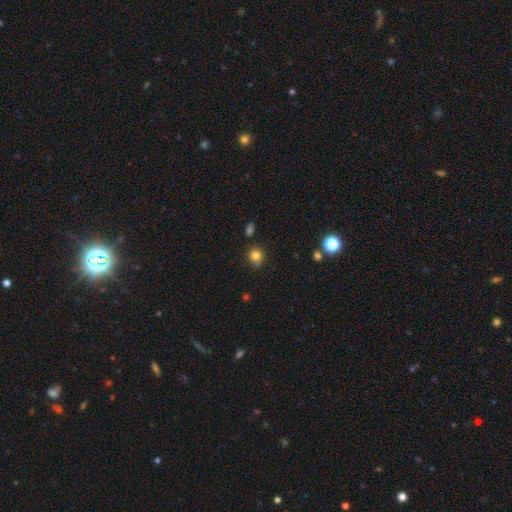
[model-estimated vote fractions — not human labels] Smooth or featured: smooth — 81% (star or artifact — 13%)
How rounded: round — 83% (in between — 16%)
Merging: none — 73% (minor disturbance — 20%)